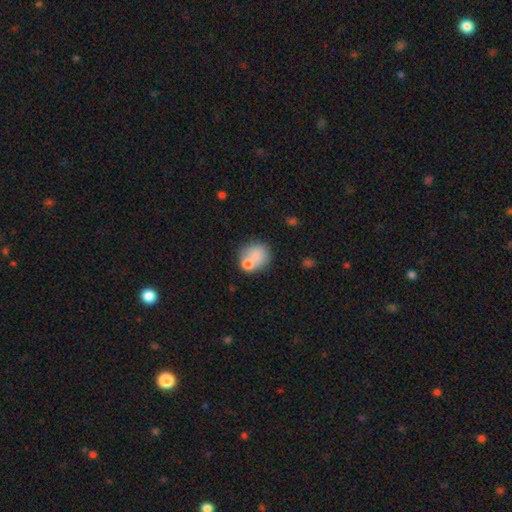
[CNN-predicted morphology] Smooth or featured? Predicted: smooth (p=0.76). How rounded? Predicted: round (p=0.79). Merging? Predicted: none (p=0.50).